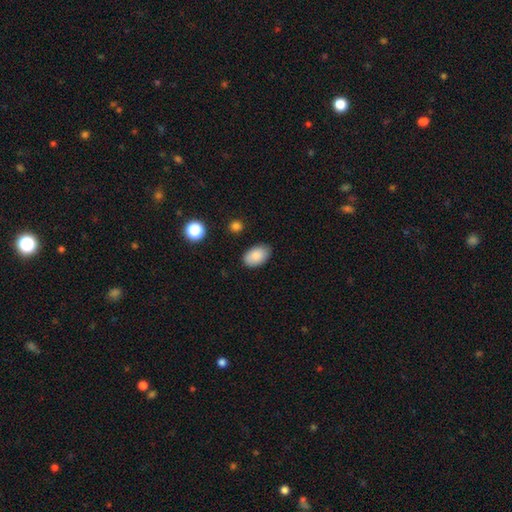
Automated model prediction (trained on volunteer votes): This appears to be a smooth galaxy with no disk features (87%) that is in between round and cigar-shaped (92%). Merging: none (82%).